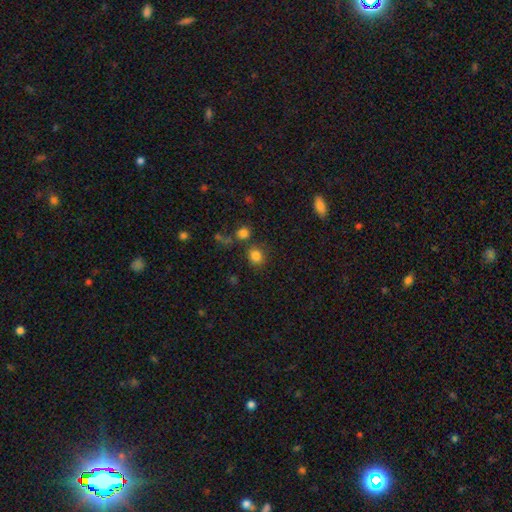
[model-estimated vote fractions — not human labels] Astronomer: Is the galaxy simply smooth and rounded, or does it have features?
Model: smooth — 82%.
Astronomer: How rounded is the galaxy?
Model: round — 77%.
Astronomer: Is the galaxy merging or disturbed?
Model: none — 74%.